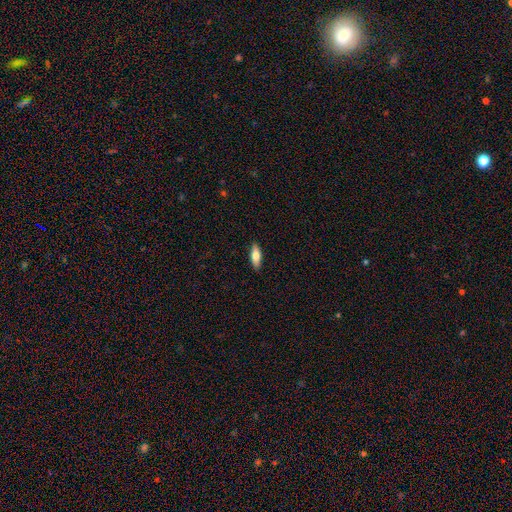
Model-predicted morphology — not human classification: type=smooth (70%); roundness=in between (66%); merging=none (89%).